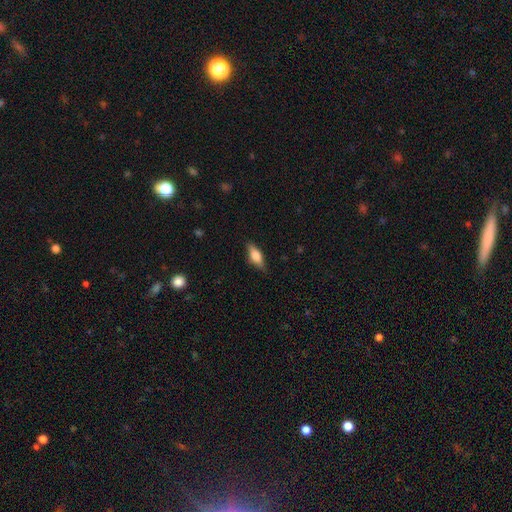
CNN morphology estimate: This is likely a smooth galaxy (66%). How rounded: likely in between (65%). Merging: clearly none (82%).